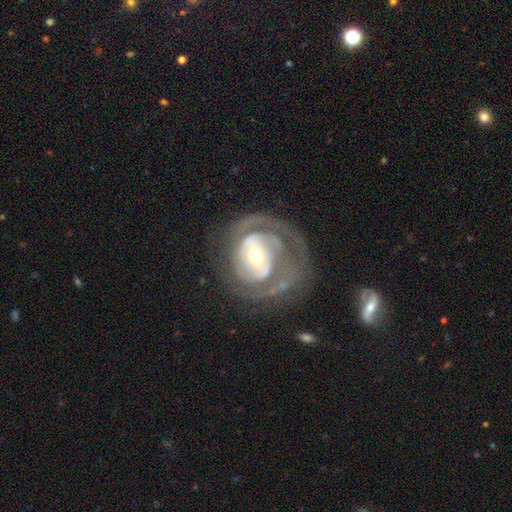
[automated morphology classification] This appears to be a featured or disk galaxy (85%) with a weak bar (39%), 2 (42%) tight (60%) spiral arms (89%) and a moderate central bulge (53%). Merging: none (54%).